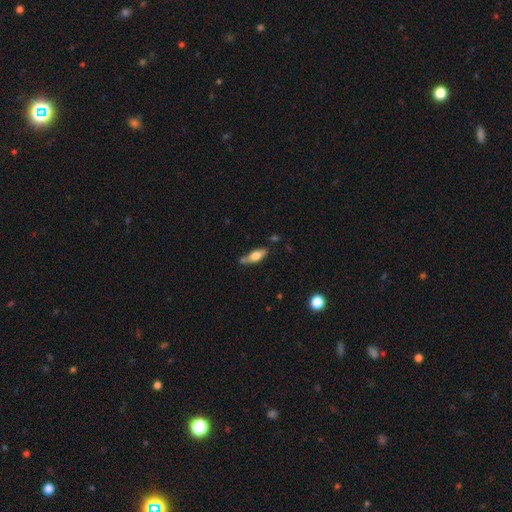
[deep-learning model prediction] This appears to be a smooth galaxy with no disk features (56%) that is in between round and cigar-shaped (57%). Merging: none (67%).